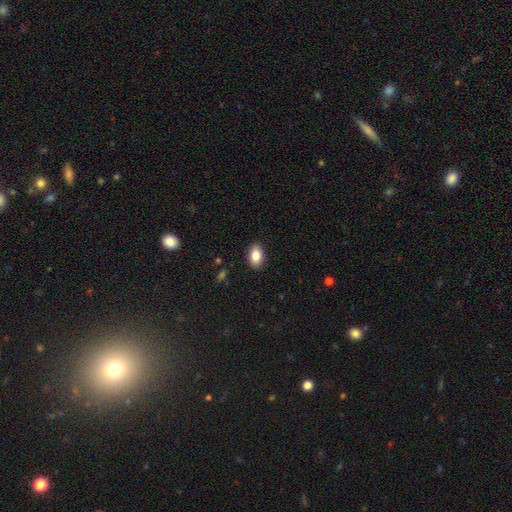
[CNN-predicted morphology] A smooth galaxy with no disk features (84%) that is in between round and cigar-shaped (88%). Merging: none (90%).